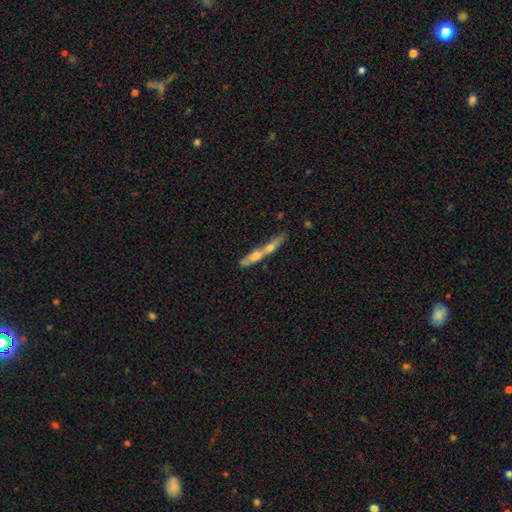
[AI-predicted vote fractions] Morphology: type=featured or disk (52%); edge-on=yes (78%); merging=merger (44%).